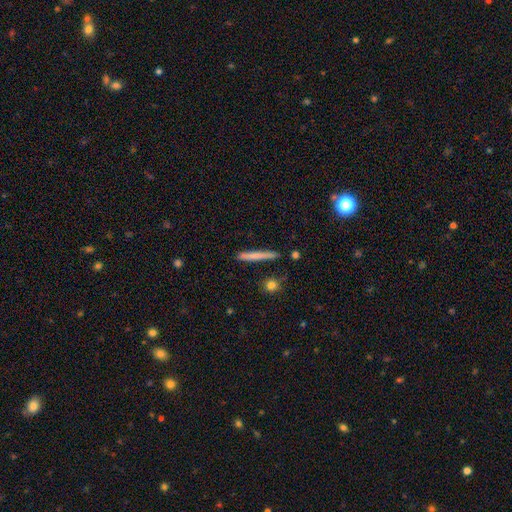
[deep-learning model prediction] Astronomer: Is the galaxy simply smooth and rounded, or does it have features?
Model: smooth — 69%.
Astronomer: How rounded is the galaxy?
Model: cigar-shaped — 96%.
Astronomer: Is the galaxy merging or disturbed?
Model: none — 86%.